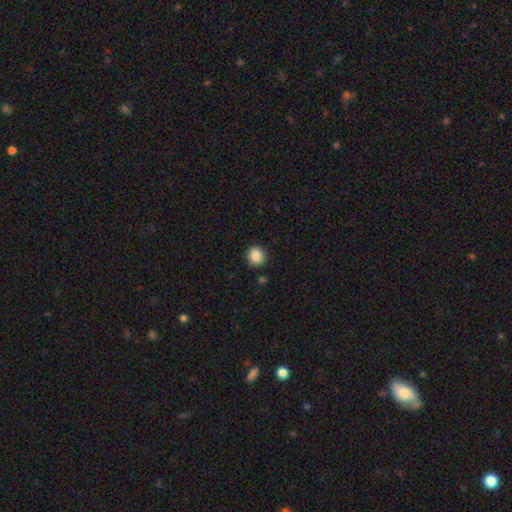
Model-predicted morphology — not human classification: This appears to be a smooth galaxy with no disk features (86%) that is round (86%). Merging: none (87%).